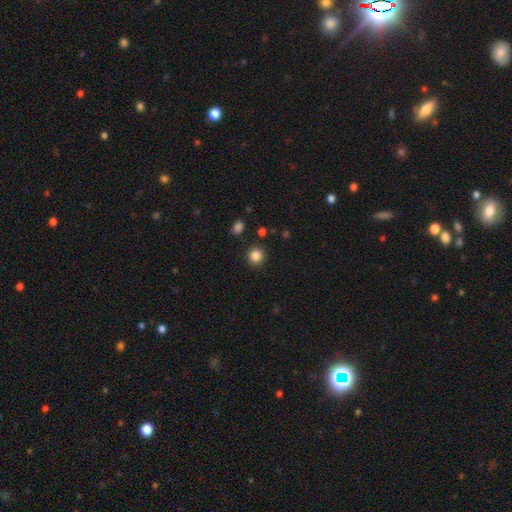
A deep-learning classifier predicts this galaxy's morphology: Smooth or featured?
  - smooth: 86% *
  - star or artifact: 11%
  - featured or disk: 4%
How rounded?
  - round: 91% *
  - in between: 8%
  - cigar-shaped: 1%
Merging?
  - none: 90% *
  - minor disturbance: 6%
  - major disturbance: 2%
  - merger: 2%